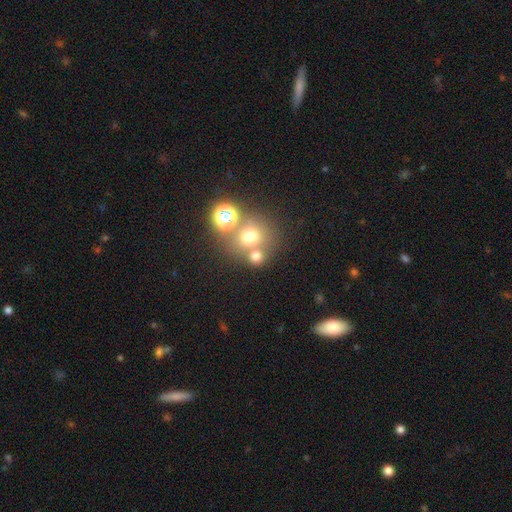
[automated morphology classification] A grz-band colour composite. It shows a smooth galaxy with no disk features (65%) that is round (83%). Merging: none (55%).